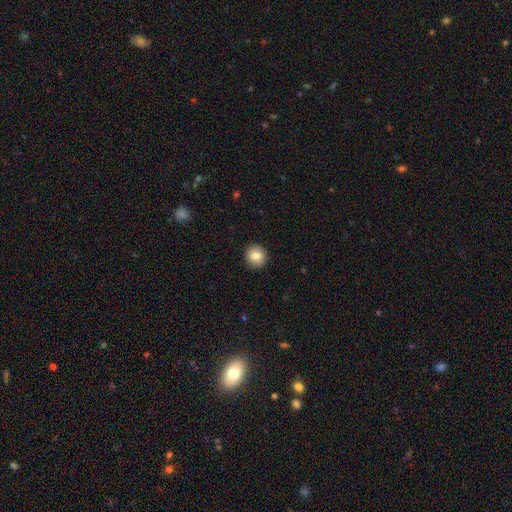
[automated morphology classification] Smooth or featured? Predicted: smooth (p=0.84). How rounded? Predicted: round (p=0.91). Merging? Predicted: none (p=0.92).